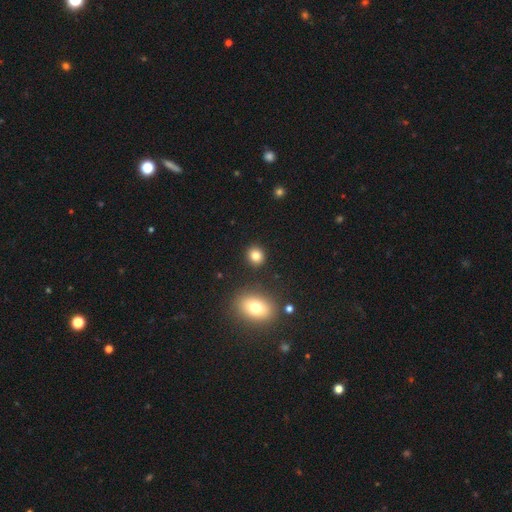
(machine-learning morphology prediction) A smooth galaxy with no disk features (83%) that is round (79%). Merging: none (89%).